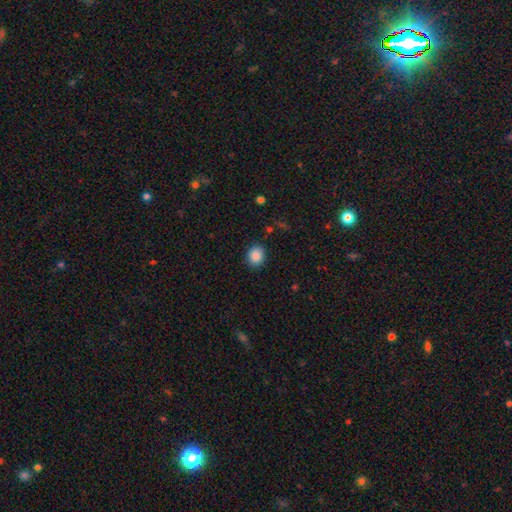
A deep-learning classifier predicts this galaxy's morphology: This appears to be a smooth galaxy with no disk features (87%) that is round (66%). Merging: none (88%).